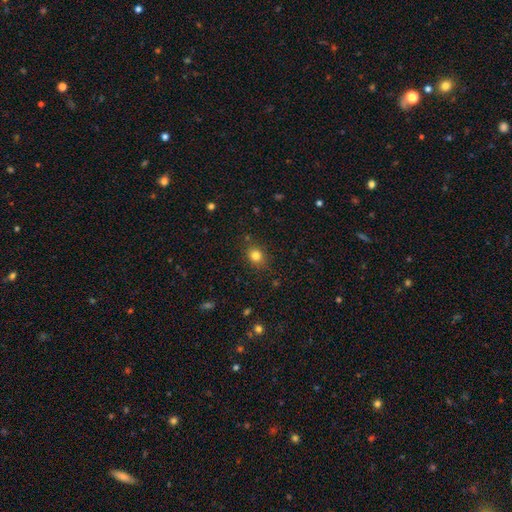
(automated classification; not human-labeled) Smooth or featured? Predicted: smooth (p=0.81). How rounded? Predicted: round (p=0.66). Merging? Predicted: none (p=0.85).